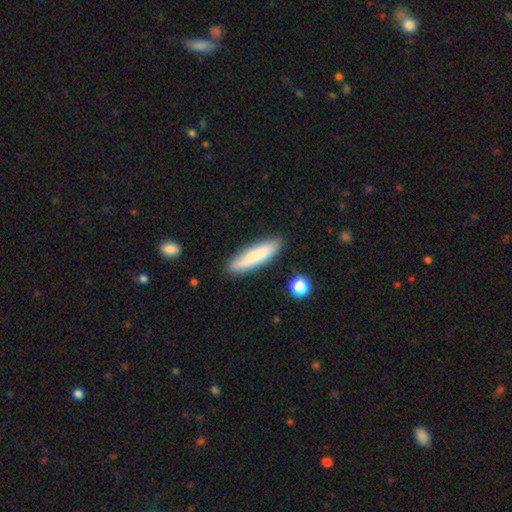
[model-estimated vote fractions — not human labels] A smooth galaxy with no disk features (80%) that is cigar-shaped (77%).

Vote fractions:
- Smooth or featured? smooth: 80% / featured or disk: 14% / star or artifact: 6%
- How rounded? cigar-shaped: 77% / in between: 22% / round: 1%
- Merging? none: 84% / minor disturbance: 12% / major disturbance: 2% / merger: 2%